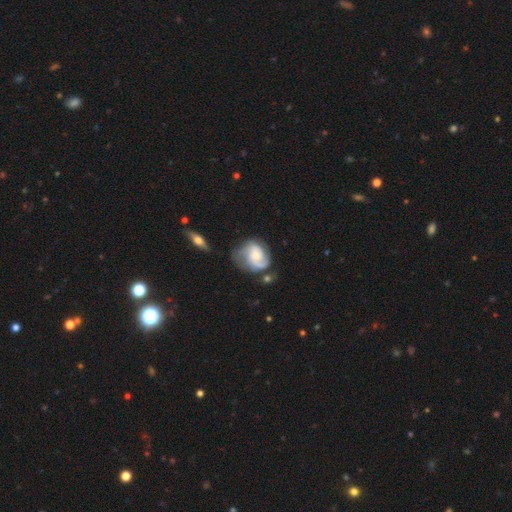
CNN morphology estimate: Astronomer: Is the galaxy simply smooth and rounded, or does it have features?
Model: featured or disk — 70%.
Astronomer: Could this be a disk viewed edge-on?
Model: no — 97%.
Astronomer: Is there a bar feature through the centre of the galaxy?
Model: no — 70%.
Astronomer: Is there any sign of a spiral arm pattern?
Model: yes — 90%.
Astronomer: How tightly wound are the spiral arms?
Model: medium — 41% (runner-up: tight, 38%).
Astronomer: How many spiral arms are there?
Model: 2 — 51%.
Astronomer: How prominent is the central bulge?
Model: small — 55% (runner-up: moderate, 34%).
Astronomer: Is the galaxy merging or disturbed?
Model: none — 46% (runner-up: minor disturbance, 27%).